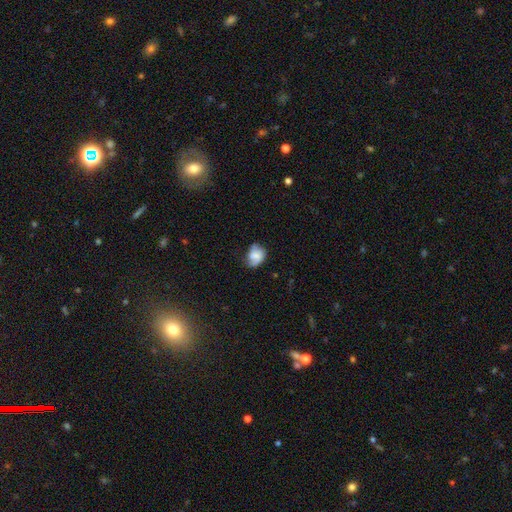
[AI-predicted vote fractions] Smooth or featured? smooth (65%)
How rounded? in between (55%)
Merging? none (47%)